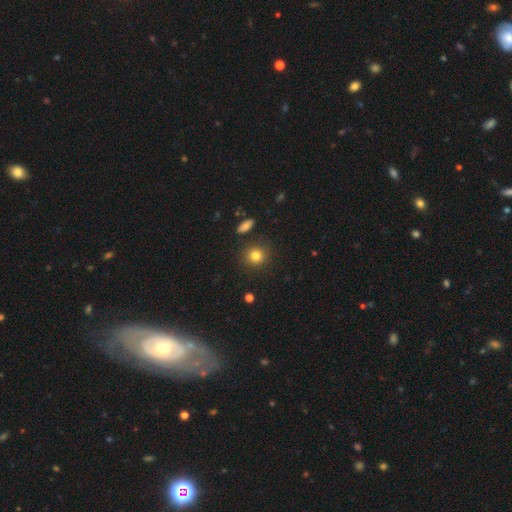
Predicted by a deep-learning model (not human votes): Overall: smooth (83%). How rounded: round (85%). Merging: none (87%).